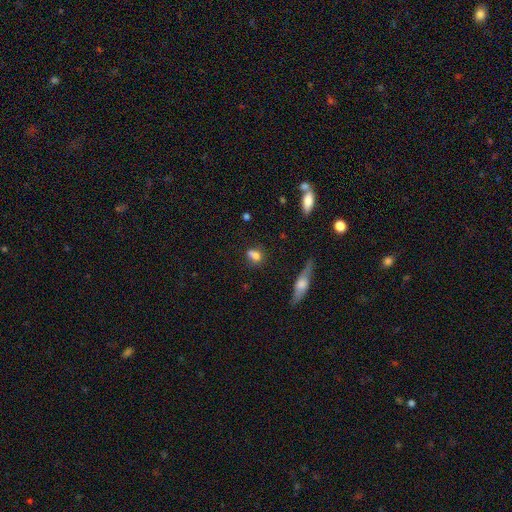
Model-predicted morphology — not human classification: Overall: smooth (72%). How rounded: in between (54%; round 42%). Merging: none (52%; merger 27%).